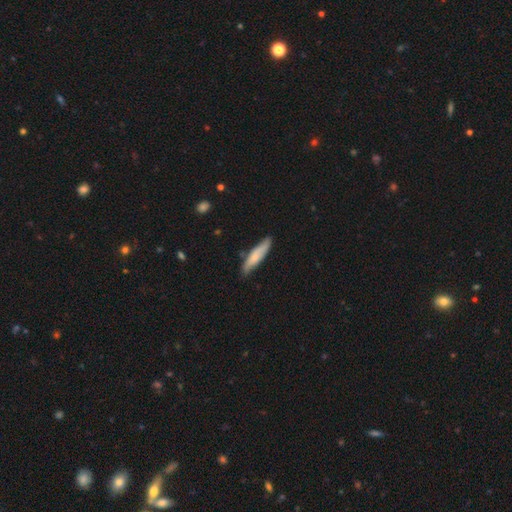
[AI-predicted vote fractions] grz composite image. It shows a smooth galaxy with no disk features (68%) that is cigar-shaped (77%). Merging: none (77%).